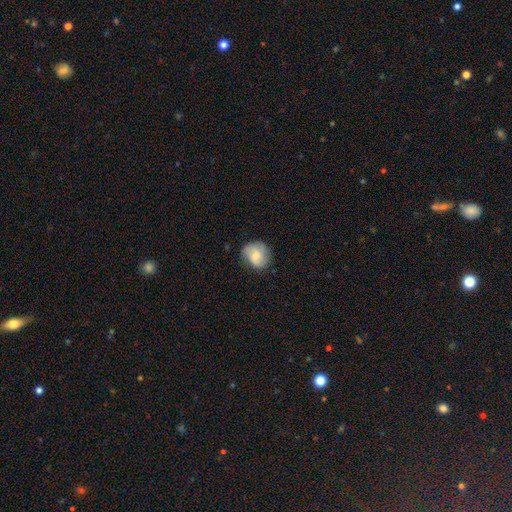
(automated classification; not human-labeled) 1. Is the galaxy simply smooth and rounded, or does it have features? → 61% smooth, 32% featured or disk, 7% star or artifact.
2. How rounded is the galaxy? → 75% round, 24% in between, 1% cigar-shaped.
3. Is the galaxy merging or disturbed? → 69% none, 24% minor disturbance, 6% major disturbance, 1% merger.